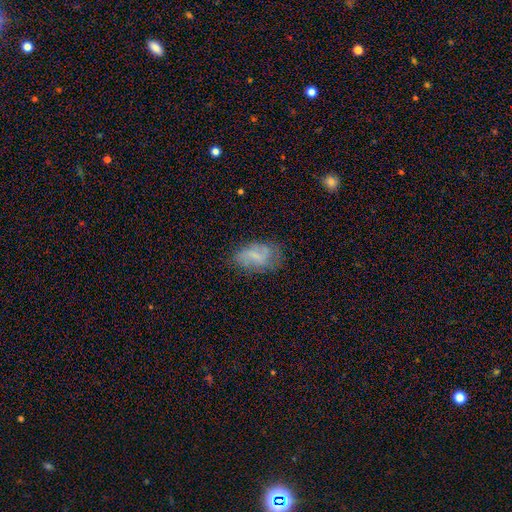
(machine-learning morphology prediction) Q: Smooth or featured?
A: smooth (47%); runner-up: featured or disk (43%)
Q: Merging?
A: none (58%); runner-up: minor disturbance (27%)